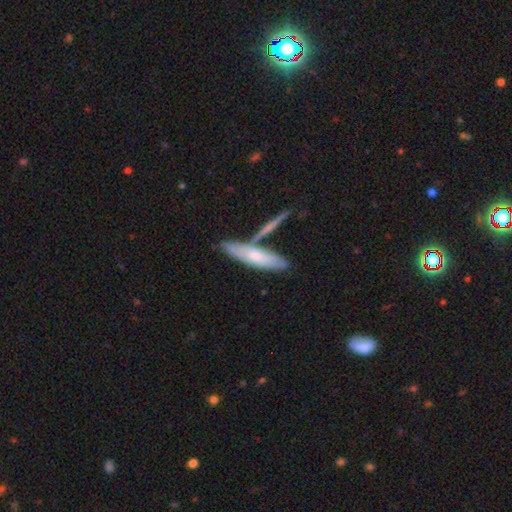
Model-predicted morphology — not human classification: Overall: smooth (55%; featured or disk 39%). How rounded: cigar-shaped (68%; in between 30%). Merging: none (60%; merger 23%).